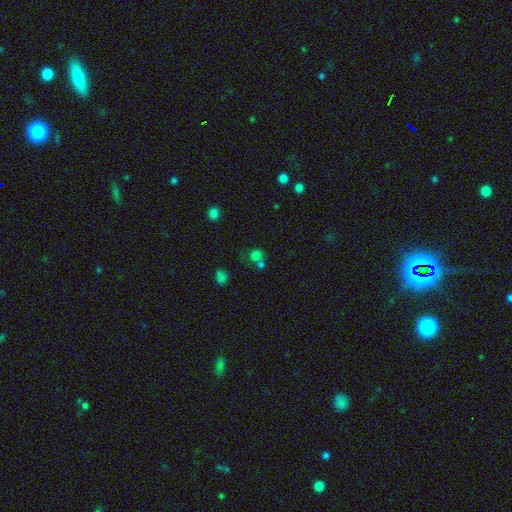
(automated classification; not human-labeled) This appears to be a smooth galaxy with no disk features (70%) that is round (78%). Merging: none (46%).